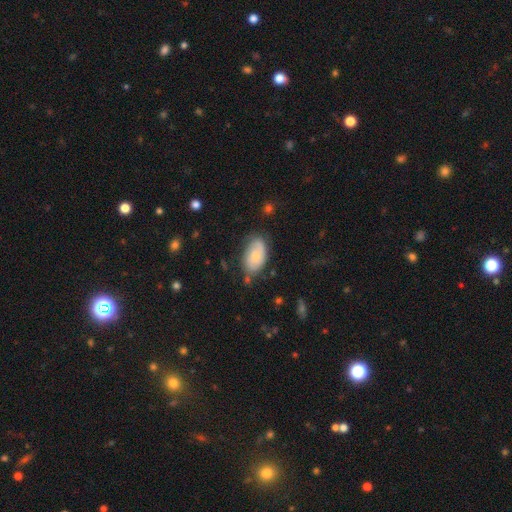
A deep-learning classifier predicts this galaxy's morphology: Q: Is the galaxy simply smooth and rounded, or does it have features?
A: smooth — 61%.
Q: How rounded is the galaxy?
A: in between — 93%.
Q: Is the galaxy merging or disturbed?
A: none — 63%.